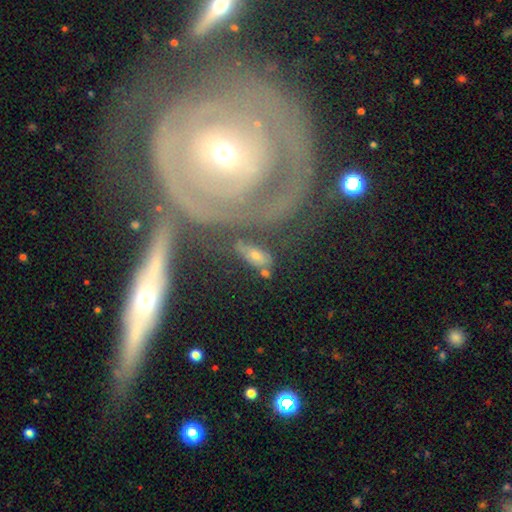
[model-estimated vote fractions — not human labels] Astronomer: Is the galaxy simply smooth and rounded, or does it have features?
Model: smooth — 47% (runner-up: featured or disk, 34%).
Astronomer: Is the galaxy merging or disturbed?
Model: none — 52%.